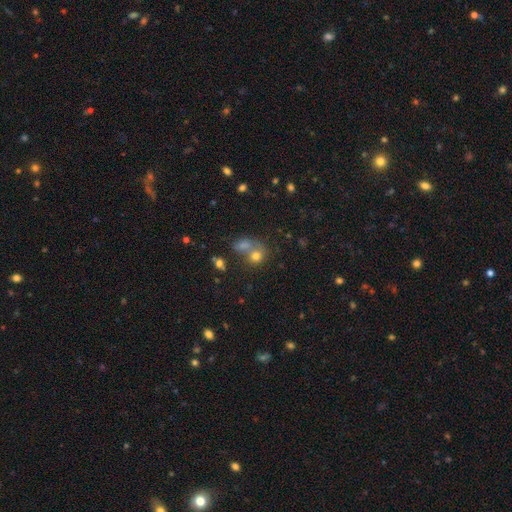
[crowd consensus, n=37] Overall: smooth (78%). How rounded: round (79%). Merging: merger (53%; none 47%).